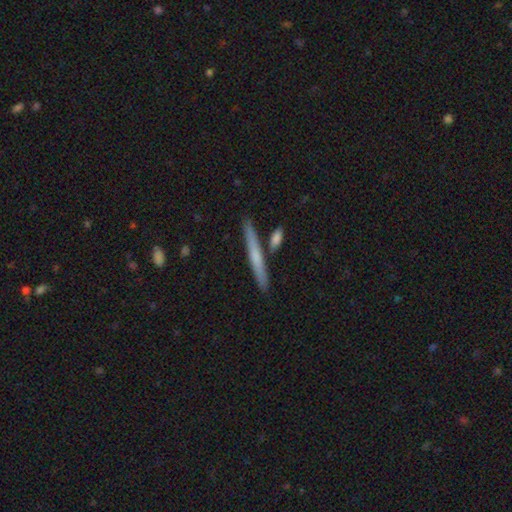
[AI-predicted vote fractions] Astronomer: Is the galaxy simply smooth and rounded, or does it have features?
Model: smooth — 54% (runner-up: featured or disk, 40%).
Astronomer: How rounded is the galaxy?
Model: cigar-shaped — 95%.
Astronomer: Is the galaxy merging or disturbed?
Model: none — 85%.